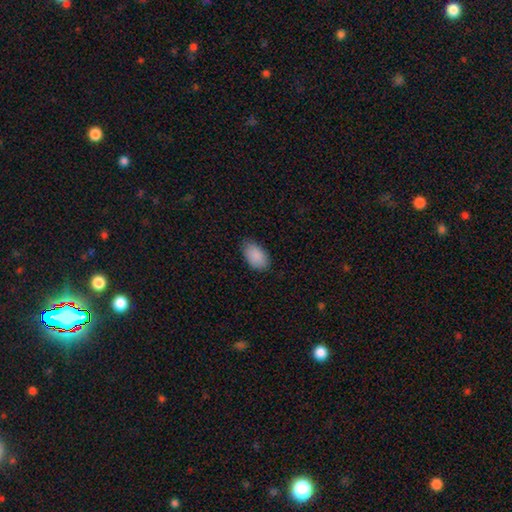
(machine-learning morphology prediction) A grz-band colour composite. It shows a smooth galaxy with no disk features (90%) that is in between round and cigar-shaped (93%). Merging: none (81%).